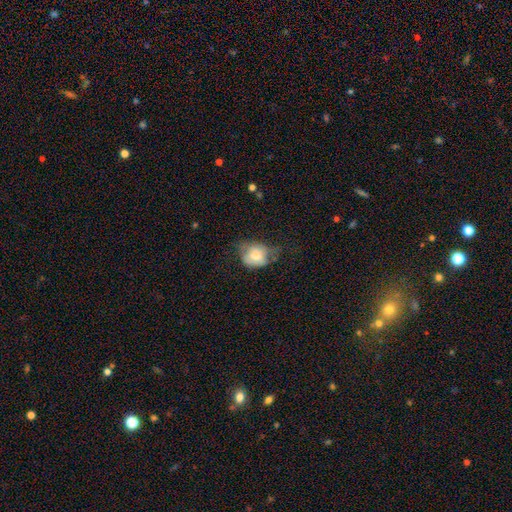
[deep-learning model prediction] Morphology: type=smooth (65%); roundness=round (56%); merging=none (37%).